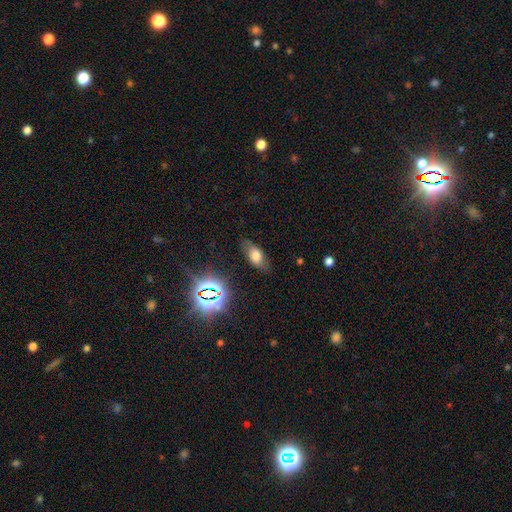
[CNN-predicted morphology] smooth-or-featured: smooth: 59% | featured or disk: 24% | star or artifact: 16%
  how-rounded: in between: 83% | cigar-shaped: 11% | round: 6%
  merging: none: 77% | minor disturbance: 17% | major disturbance: 5% | merger: 1%